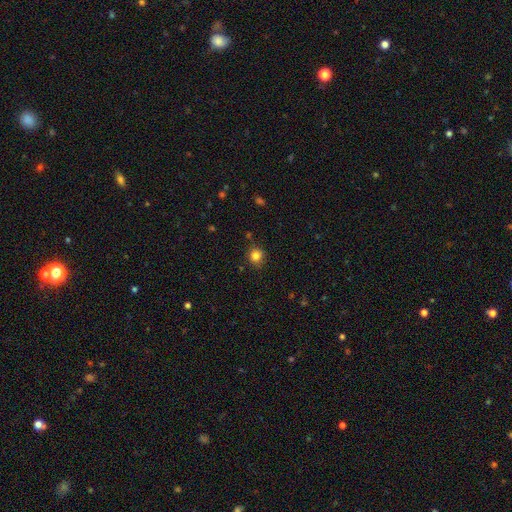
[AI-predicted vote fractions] Smooth or featured?
  - smooth: 82% *
  - star or artifact: 12%
  - featured or disk: 6%
How rounded?
  - round: 88% *
  - in between: 11%
  - cigar-shaped: 1%
Merging?
  - none: 85% *
  - minor disturbance: 11%
  - major disturbance: 2%
  - merger: 2%